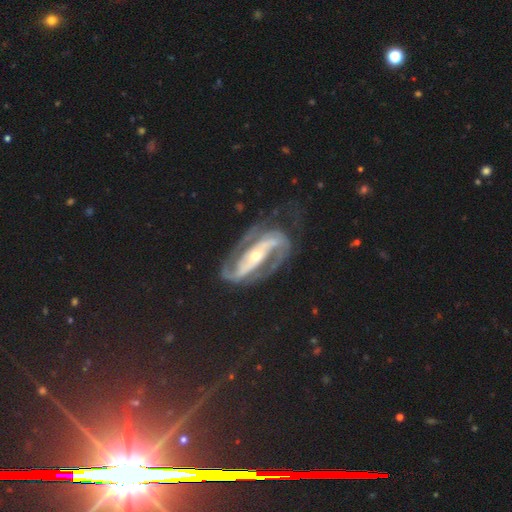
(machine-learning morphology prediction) Smooth or featured?
  - featured or disk: 90% *
  - star or artifact: 5%
  - smooth: 4%
Edge-on disk?
  - no: 95% *
  - yes: 5%
Bar?
  - strong: 61% *
  - weak: 19%
  - no: 19%
Spiral arms?
  - yes: 97% *
  - no: 3%
Spiral winding?
  - medium: 49% *
  - tight: 33%
  - loose: 18%
Spiral arm count?
  - 2: 92% *
  - can't tell: 3%
  - 1: 2%
  - 3: 2%
  - 4: 1%
  - more than 4: 1%
Bulge size?
  - small: 51% *
  - moderate: 44%
  - large: 3%
  - dominant: 1%
  - none: 1%
Merging?
  - none: 67% *
  - minor disturbance: 17%
  - major disturbance: 14%
  - merger: 2%